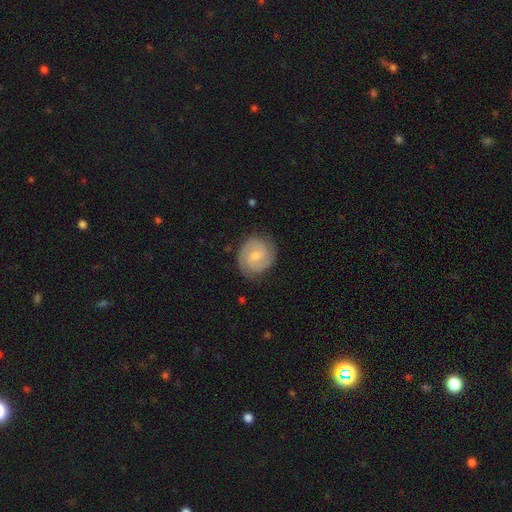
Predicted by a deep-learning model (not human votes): Smooth or featured? featured or disk (77%)
Edge-on disk? no (98%)
Bar? no (50%)
Spiral arms? yes (96%)
Spiral winding? tight (57%)
Spiral arm count? 2 (78%)
Bulge size? small (52%)
Merging? none (81%)